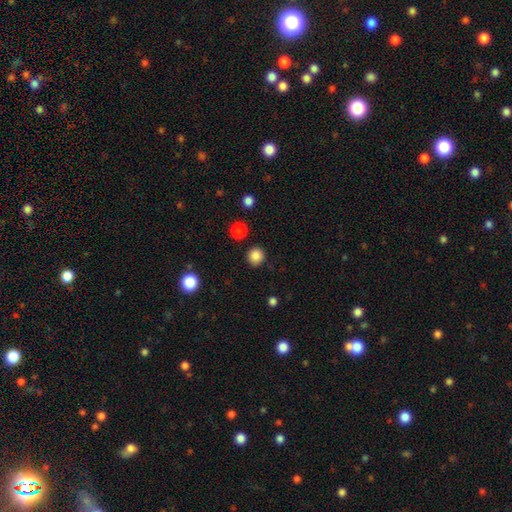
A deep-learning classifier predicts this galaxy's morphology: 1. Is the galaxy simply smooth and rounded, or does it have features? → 85% smooth, 11% star or artifact, 4% featured or disk.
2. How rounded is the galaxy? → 93% round, 6% in between, 1% cigar-shaped.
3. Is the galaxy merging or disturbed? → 91% none, 5% minor disturbance, 2% major disturbance, 2% merger.